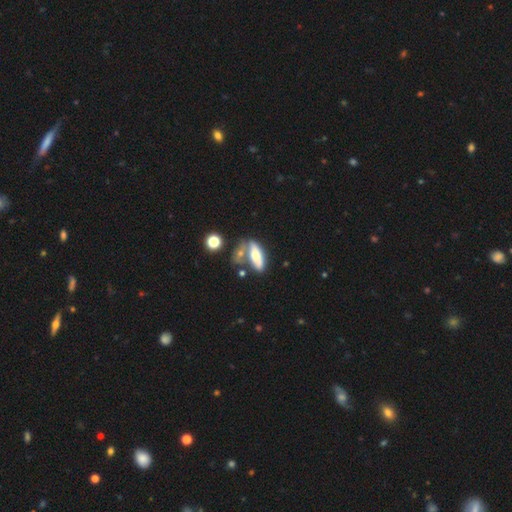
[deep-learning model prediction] The model was most divided on "merging": none: 39%, merger: 30%, minor disturbance: 19%, major disturbance: 12%. More confident: how rounded — in between (63%); smooth or featured — smooth (59%).